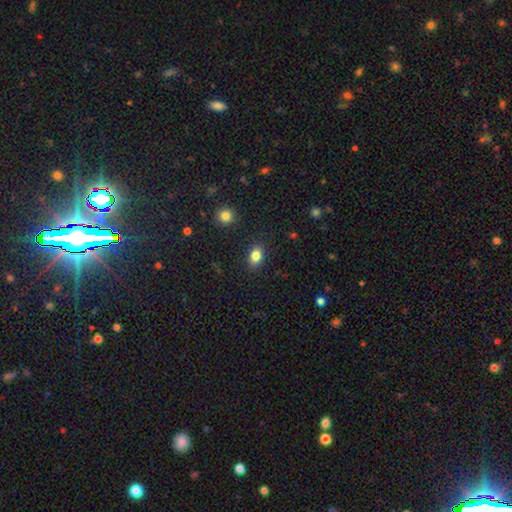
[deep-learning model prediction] This is clearly a smooth galaxy (84%). How rounded: likely in between (80%). Merging: clearly none (88%).